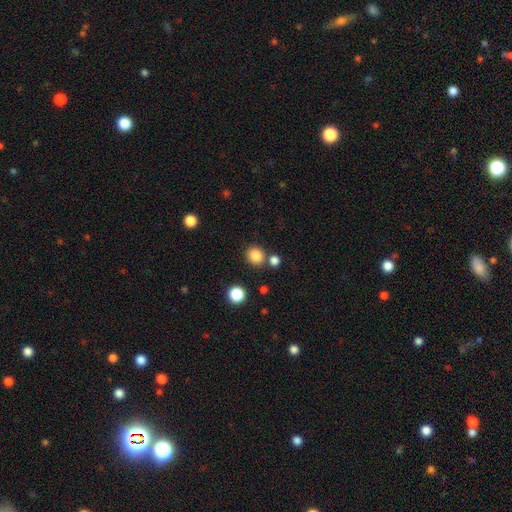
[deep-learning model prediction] Smooth or featured?
  - smooth: 84% *
  - star or artifact: 12%
  - featured or disk: 4%
How rounded?
  - round: 84% *
  - in between: 15%
  - cigar-shaped: 1%
Merging?
  - none: 78% *
  - merger: 12%
  - minor disturbance: 8%
  - major disturbance: 3%